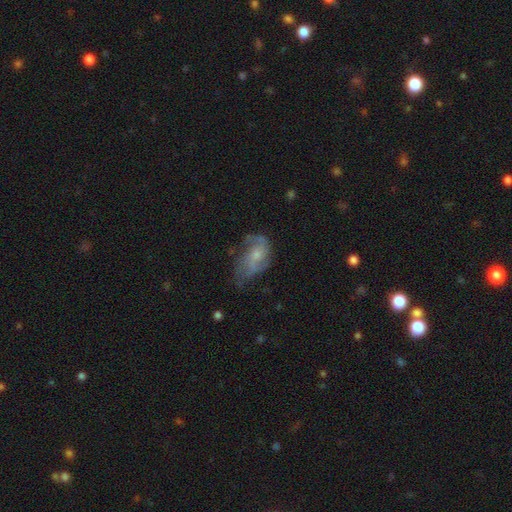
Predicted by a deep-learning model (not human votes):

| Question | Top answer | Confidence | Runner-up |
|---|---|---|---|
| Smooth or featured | featured or disk | 68% | smooth (24%) |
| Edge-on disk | no | 96% | yes (4%) |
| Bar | no | 68% | weak (27%) |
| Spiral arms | yes | 82% | no (18%) |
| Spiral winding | medium | 44% | loose (35%) |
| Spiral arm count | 2 | 45% | can't tell (24%) |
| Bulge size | small | 59% | moderate (30%) |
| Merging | none | 45% | minor disturbance (28%) |